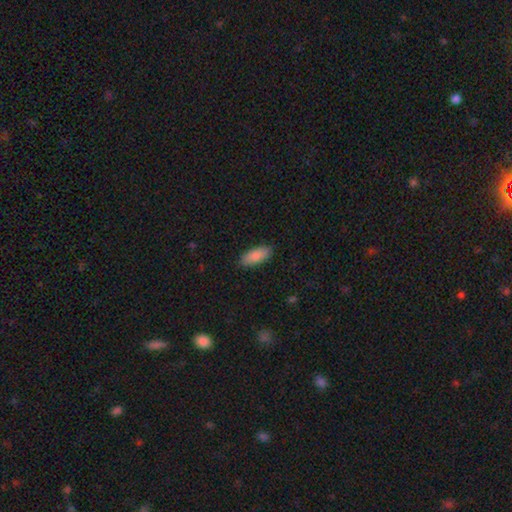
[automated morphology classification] Smooth or featured? smooth (88%)
How rounded? in between (80%)
Merging? none (88%)